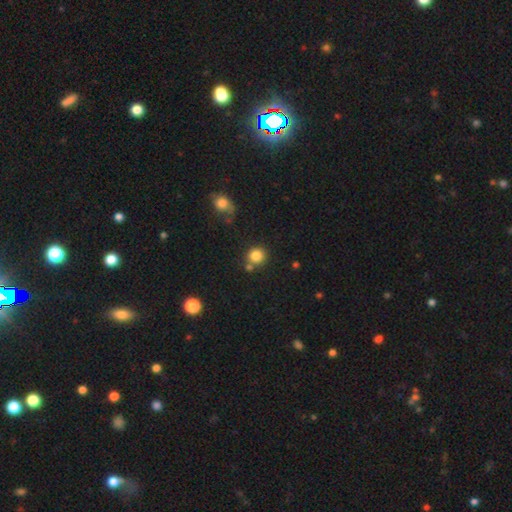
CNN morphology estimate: smooth_or_featured: smooth (p=0.83) [alt: star or artifact p=0.11]
how_rounded: round (p=0.90) [alt: in between p=0.09]
merging: none (p=0.71) [alt: merger p=0.16]